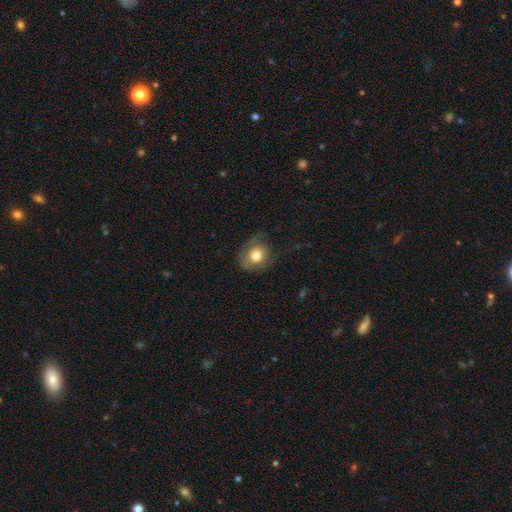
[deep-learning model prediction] Q: Smooth or featured?
A: smooth (73%); runner-up: featured or disk (18%)
Q: How rounded?
A: round (77%); runner-up: in between (23%)
Q: Merging?
A: none (61%); runner-up: minor disturbance (23%)